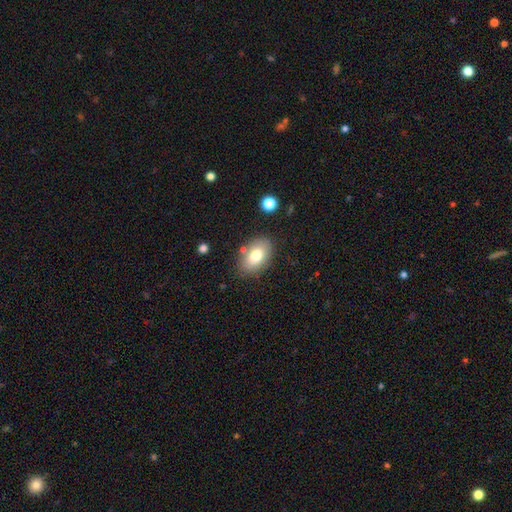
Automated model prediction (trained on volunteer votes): smooth 77%, featured or disk 15%, star or artifact 8%. Down the decision tree: how rounded — in between (89%); merging — none (78%).